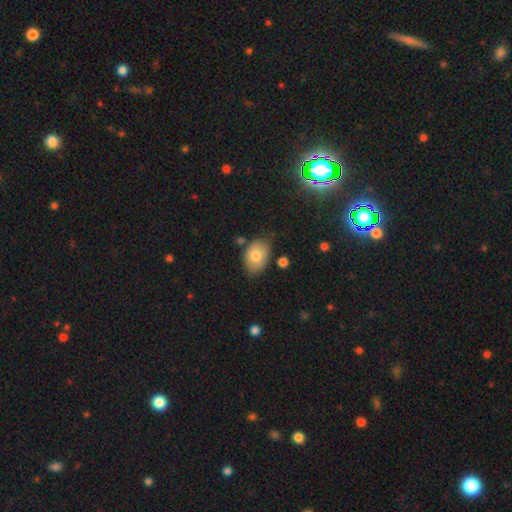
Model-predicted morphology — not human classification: smooth_or_featured: smooth (p=0.78) [alt: featured or disk p=0.14]
how_rounded: in between (p=0.83) [alt: round p=0.16]
merging: none (p=0.71) [alt: minor disturbance p=0.21]